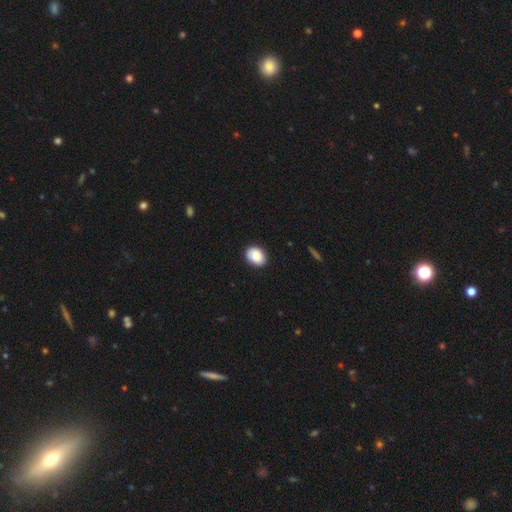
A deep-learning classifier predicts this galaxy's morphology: A smooth galaxy with no disk features (89%) that is in between round and cigar-shaped (68%). Merging: none (89%).